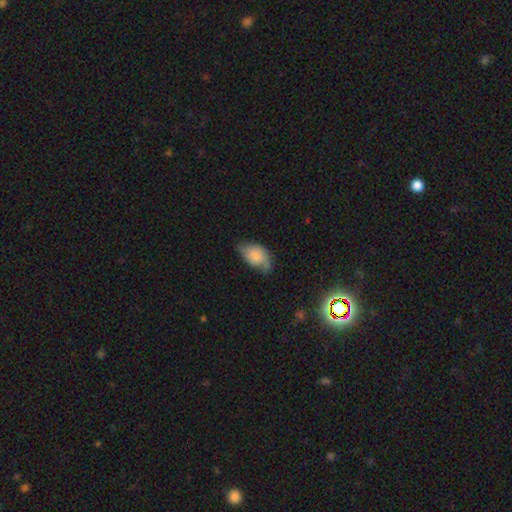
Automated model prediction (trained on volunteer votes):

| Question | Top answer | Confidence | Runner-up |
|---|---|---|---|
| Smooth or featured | smooth | 64% | featured or disk (28%) |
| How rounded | in between | 90% | round (8%) |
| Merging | none | 51% | minor disturbance (36%) |